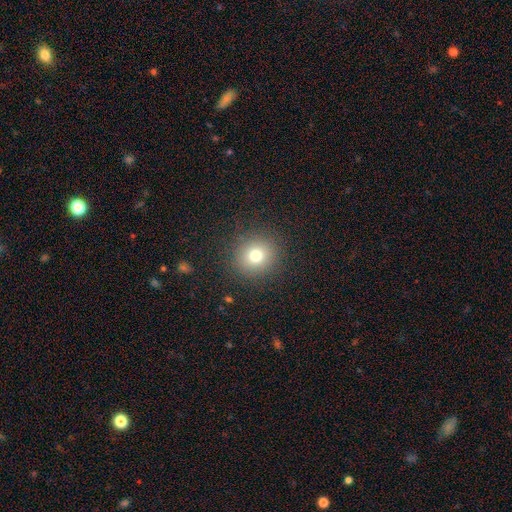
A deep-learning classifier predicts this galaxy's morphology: A smooth galaxy with no disk features (75%) that is round (92%). Merging: none (88%).